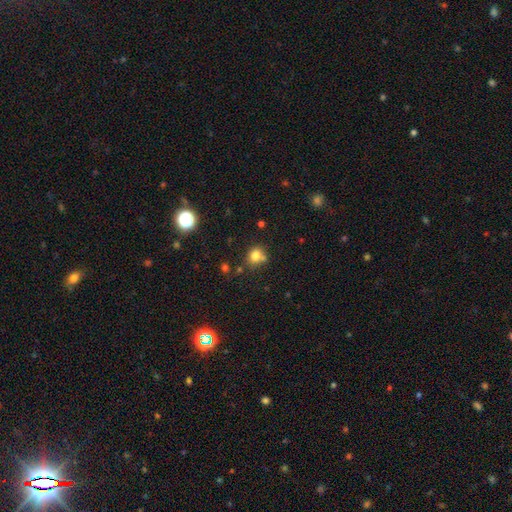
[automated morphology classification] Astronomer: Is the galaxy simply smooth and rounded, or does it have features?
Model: smooth — 77%.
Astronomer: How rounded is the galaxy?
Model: round — 74%.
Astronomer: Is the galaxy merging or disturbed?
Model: none — 59%.